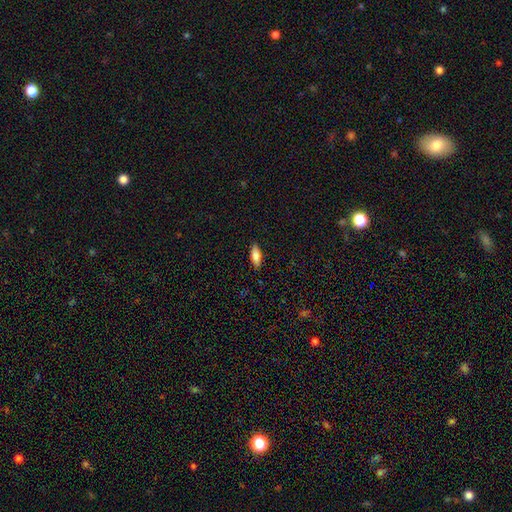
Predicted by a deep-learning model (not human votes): This appears to be a smooth galaxy with no disk features (79%) that is in between round and cigar-shaped (71%). Merging: none (87%).